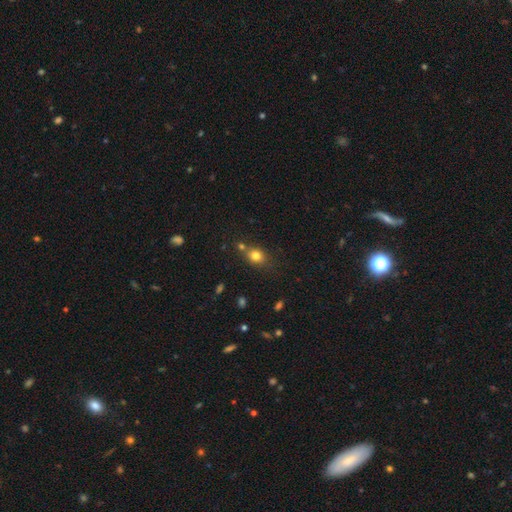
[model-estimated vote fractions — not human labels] A smooth galaxy with no disk features (78%) that is round (53%). Merging: none (62%).